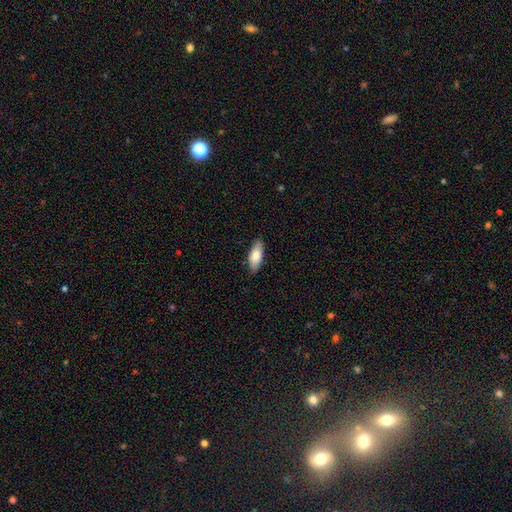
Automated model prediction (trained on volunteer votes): This is likely a smooth galaxy (78%). How rounded: likely in between (79%). Merging: clearly none (86%).